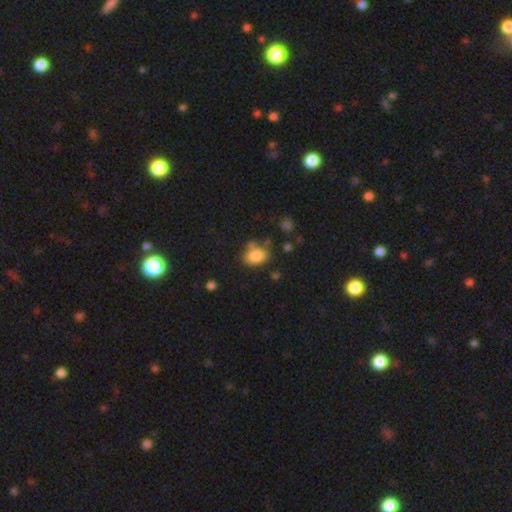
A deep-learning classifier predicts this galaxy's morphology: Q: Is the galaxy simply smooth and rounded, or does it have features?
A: smooth — 83%.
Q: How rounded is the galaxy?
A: in between — 78%.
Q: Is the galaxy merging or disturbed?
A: none — 67%.